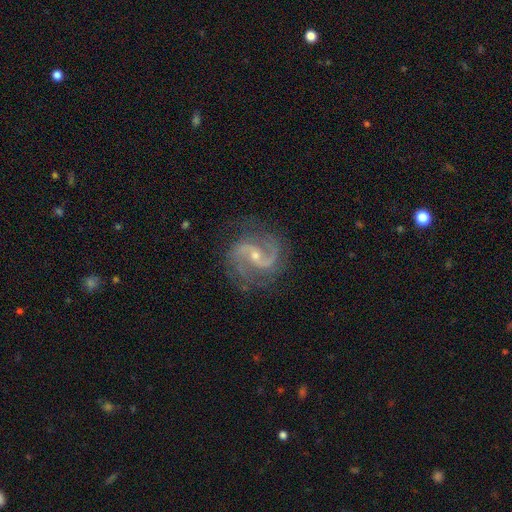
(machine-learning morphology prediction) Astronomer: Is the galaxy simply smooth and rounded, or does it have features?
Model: featured or disk — 92%.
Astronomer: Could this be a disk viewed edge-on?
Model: no — 98%.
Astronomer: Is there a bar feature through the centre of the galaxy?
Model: weak — 43% (runner-up: no, 42%).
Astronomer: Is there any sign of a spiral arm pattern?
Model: yes — 98%.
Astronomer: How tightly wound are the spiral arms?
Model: medium — 60%.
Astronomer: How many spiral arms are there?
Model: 2 — 91%.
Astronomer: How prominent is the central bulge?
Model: small — 62%.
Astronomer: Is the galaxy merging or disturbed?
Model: none — 79%.